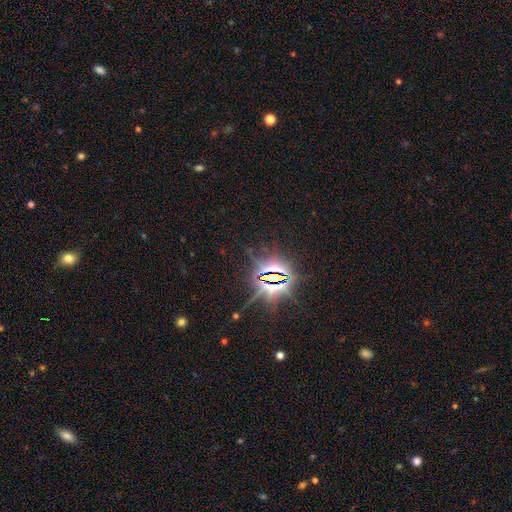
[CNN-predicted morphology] star or artifact 84%, smooth 10%, featured or disk 7%.